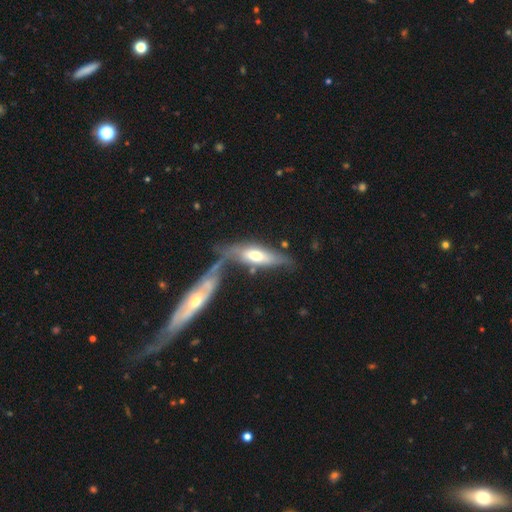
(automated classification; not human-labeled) Smooth or featured: featured or disk — 48% (smooth — 46%)
Merging: merger — 42% (none — 29%)